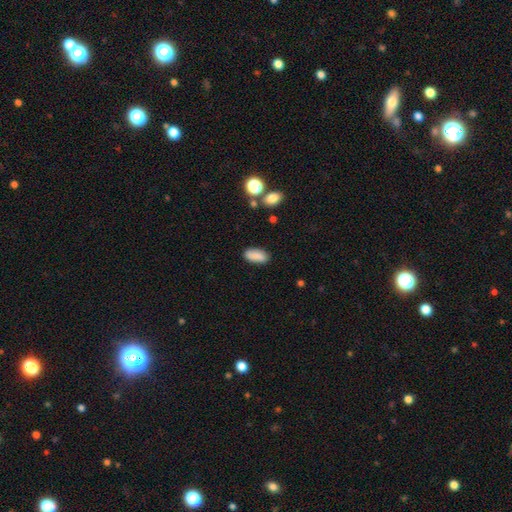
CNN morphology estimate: Smooth or featured? smooth (85%)
How rounded? in between (85%)
Merging? none (83%)